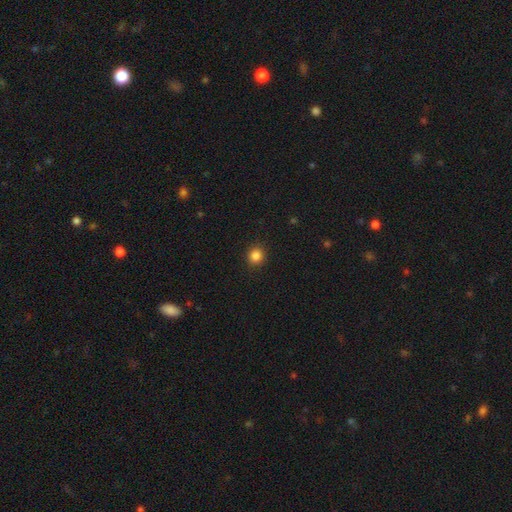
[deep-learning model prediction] smooth_or_featured: smooth (p=0.85) [alt: star or artifact p=0.12]
how_rounded: round (p=0.90) [alt: in between p=0.09]
merging: none (p=0.92) [alt: minor disturbance p=0.05]